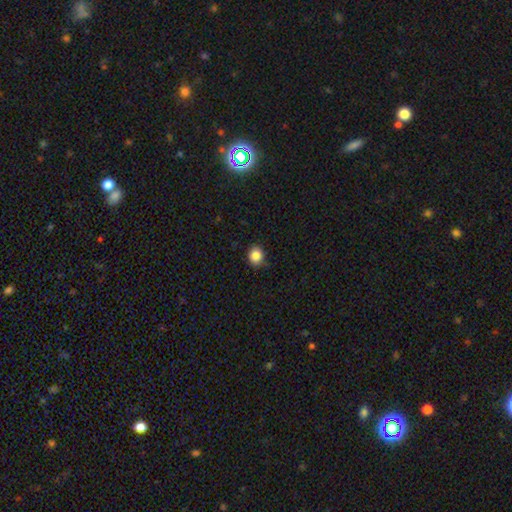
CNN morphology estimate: type=smooth (86%); roundness=round (76%); merging=none (83%).